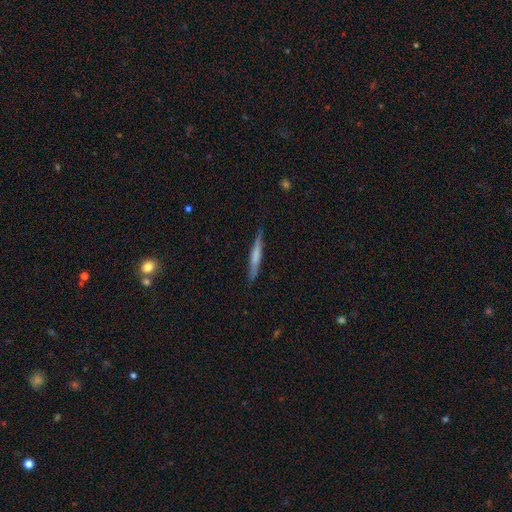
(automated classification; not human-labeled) A smooth galaxy with no disk features (52%) that is cigar-shaped (95%).

Vote fractions:
- Smooth or featured? smooth: 52% / featured or disk: 42% / star or artifact: 6%
- How rounded? cigar-shaped: 95% / in between: 3% / round: 1%
- Merging? none: 87% / minor disturbance: 10% / major disturbance: 2% / merger: 1%